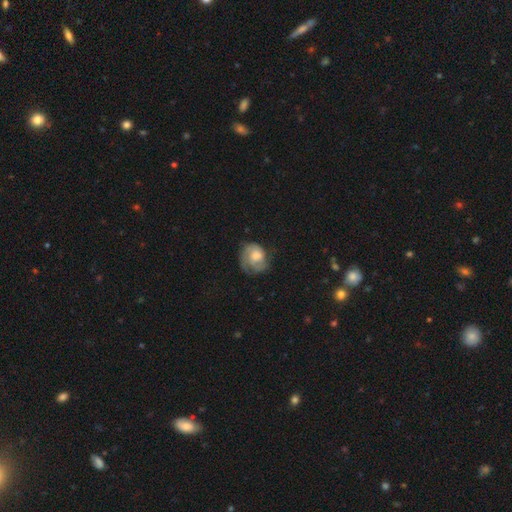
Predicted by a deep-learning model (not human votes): A featured or disk galaxy (57%) with no bar (73%), spiral arms (84%) and a moderate central bulge (40%). Merging: none (56%).